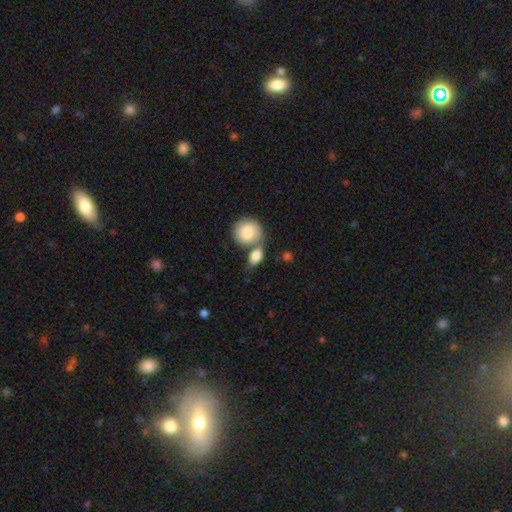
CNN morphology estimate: This appears to be a smooth galaxy with no disk features (81%) that is in between round and cigar-shaped (63%). Merging: none (45%).